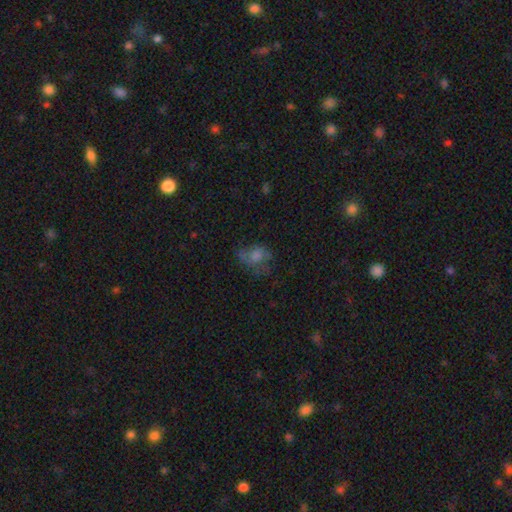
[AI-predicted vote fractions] The model was most divided on "how rounded": in between: 58%, round: 40%, cigar-shaped: 2%. Remaining: smooth or featured — smooth (52%); merging — none (46%).